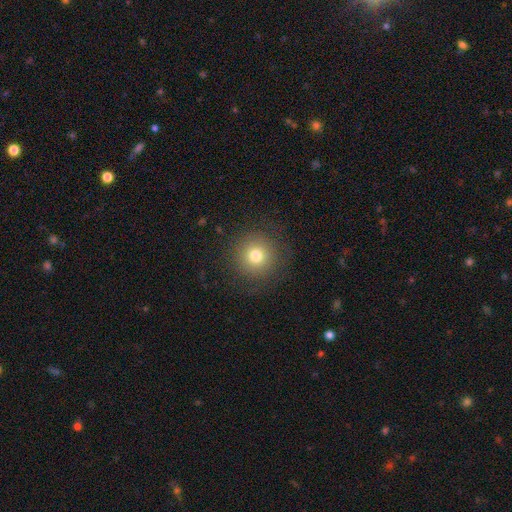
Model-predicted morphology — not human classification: smooth-or-featured: smooth: 76% | star or artifact: 14% | featured or disk: 10%
  how-rounded: round: 95% | in between: 4% | cigar-shaped: 1%
  merging: none: 87% | minor disturbance: 8% | major disturbance: 4% | merger: 1%